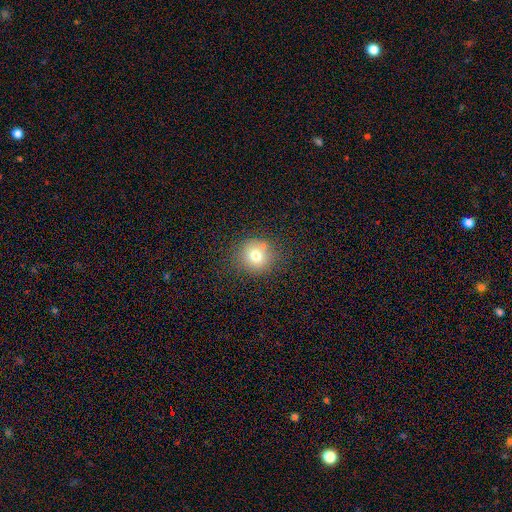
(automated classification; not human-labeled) smooth 74%, star or artifact 14%, featured or disk 12%. Down the decision tree: how rounded — round (89%); merging — none (77%).